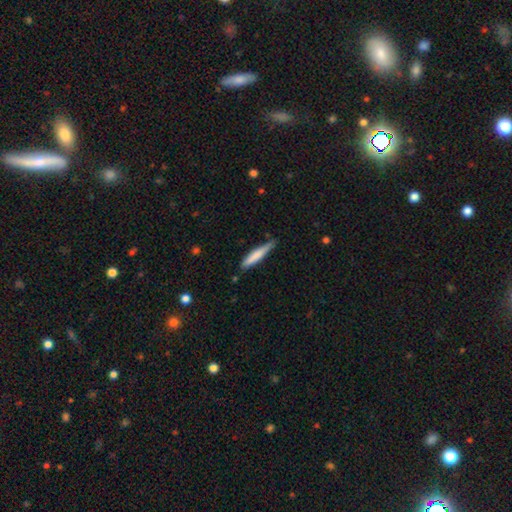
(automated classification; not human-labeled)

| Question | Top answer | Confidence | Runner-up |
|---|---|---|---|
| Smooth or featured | smooth | 75% | featured or disk (20%) |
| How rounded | cigar-shaped | 91% | in between (8%) |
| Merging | none | 73% | minor disturbance (22%) |